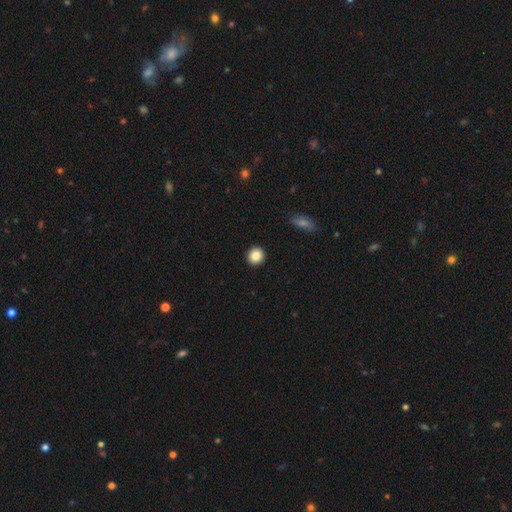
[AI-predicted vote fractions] Smooth or featured?
  - smooth: 86% *
  - star or artifact: 9%
  - featured or disk: 5%
How rounded?
  - round: 92% *
  - in between: 7%
  - cigar-shaped: 1%
Merging?
  - none: 93% *
  - minor disturbance: 5%
  - major disturbance: 2%
  - merger: 1%